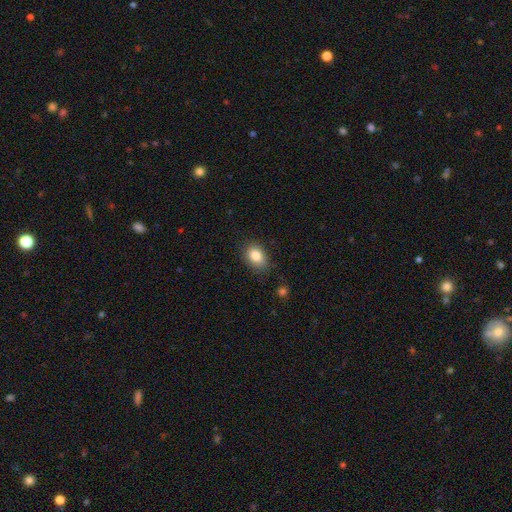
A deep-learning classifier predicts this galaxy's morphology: The model was most divided on "how rounded": in between: 78%, round: 21%, cigar-shaped: 1%. More confident: smooth or featured — smooth (85%); merging — none (81%).